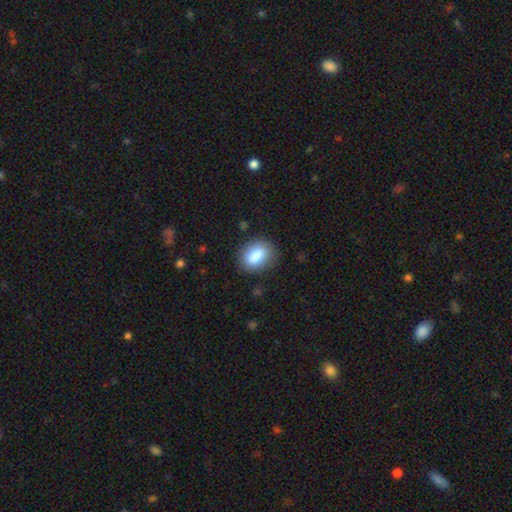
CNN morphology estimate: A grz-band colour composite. It shows a smooth galaxy with no disk features (85%) that is in between round and cigar-shaped (77%). Merging: none (83%).